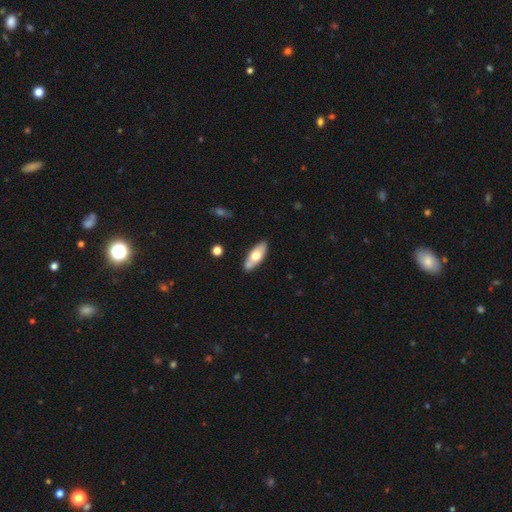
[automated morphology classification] Overall: smooth (61%; featured or disk 34%). How rounded: in between (74%). Merging: none (74%).